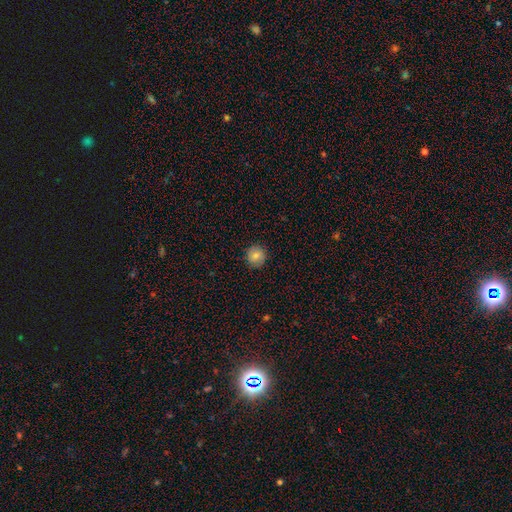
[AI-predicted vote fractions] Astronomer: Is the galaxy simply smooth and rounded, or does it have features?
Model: smooth — 81%.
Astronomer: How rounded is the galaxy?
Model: round — 92%.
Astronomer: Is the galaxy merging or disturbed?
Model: none — 89%.